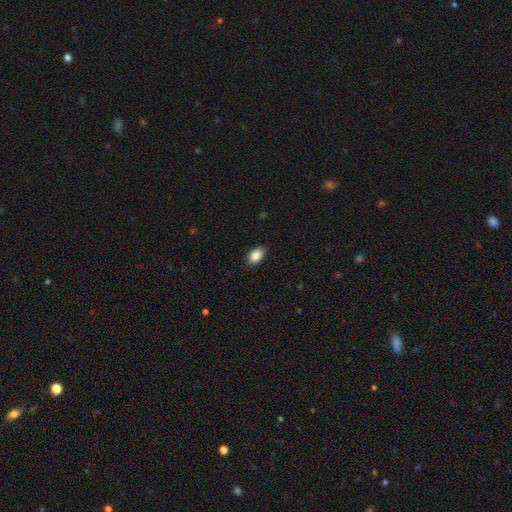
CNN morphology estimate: Overall: smooth (86%). How rounded: in between (88%). Merging: none (86%).